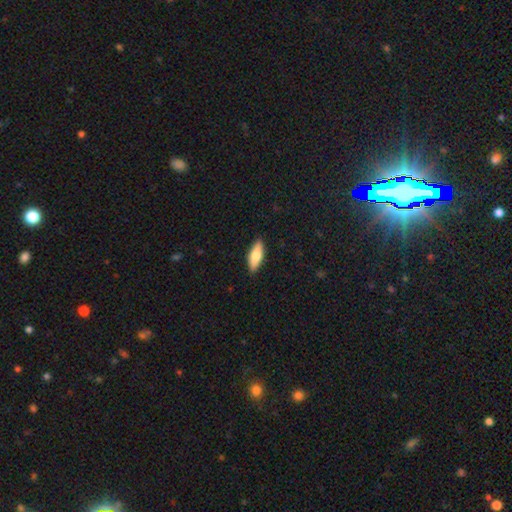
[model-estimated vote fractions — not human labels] Overall: smooth (69%). How rounded: in between (63%; cigar-shaped 35%). Merging: none (89%).